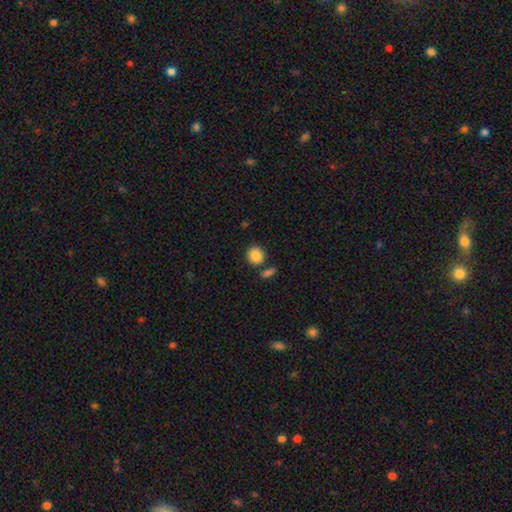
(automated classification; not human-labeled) Morphology: type=smooth (88%); roundness=round (74%); merging=none (75%).